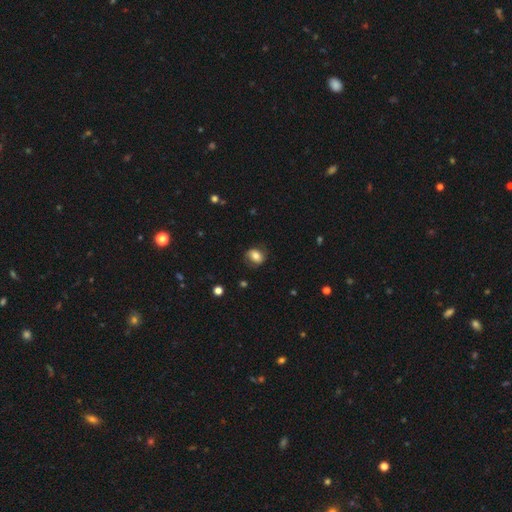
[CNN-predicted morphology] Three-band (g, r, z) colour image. It shows a smooth galaxy with no disk features (70%) that is in between round and cigar-shaped (55%). Merging: none (74%).